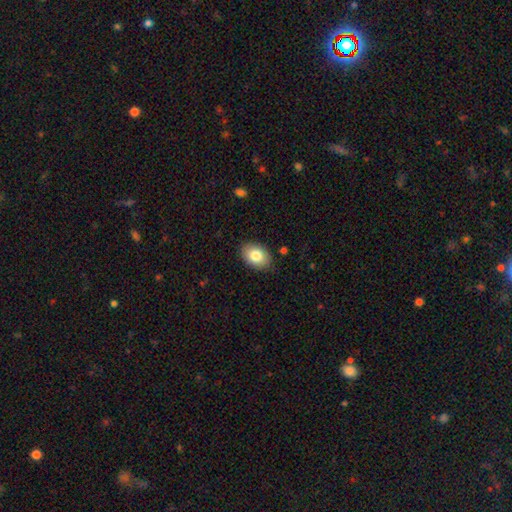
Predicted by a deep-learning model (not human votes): Q: Smooth or featured?
A: smooth (82%); runner-up: featured or disk (11%)
Q: How rounded?
A: in between (83%); runner-up: round (16%)
Q: Merging?
A: none (86%); runner-up: minor disturbance (11%)